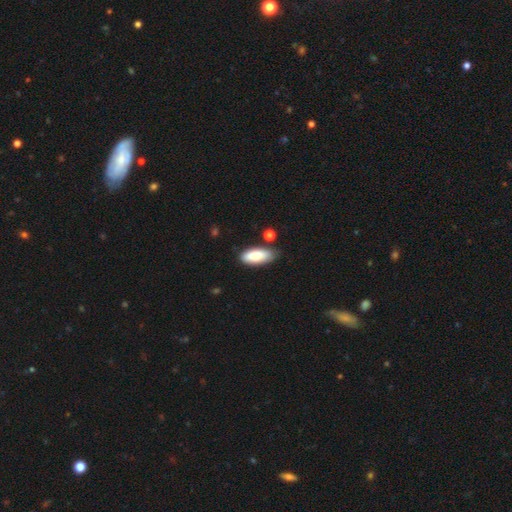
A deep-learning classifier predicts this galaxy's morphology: This appears to be a smooth galaxy with no disk features (81%) that is in between round and cigar-shaped (83%). Merging: none (73%).